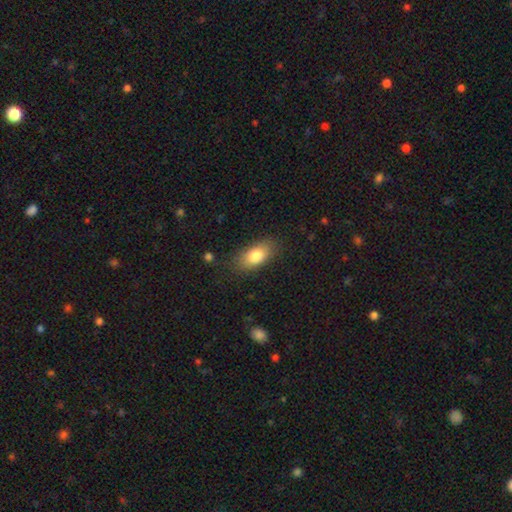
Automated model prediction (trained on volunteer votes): A smooth galaxy with no disk features (80%) that is in between round and cigar-shaped (87%). Merging: none (82%).